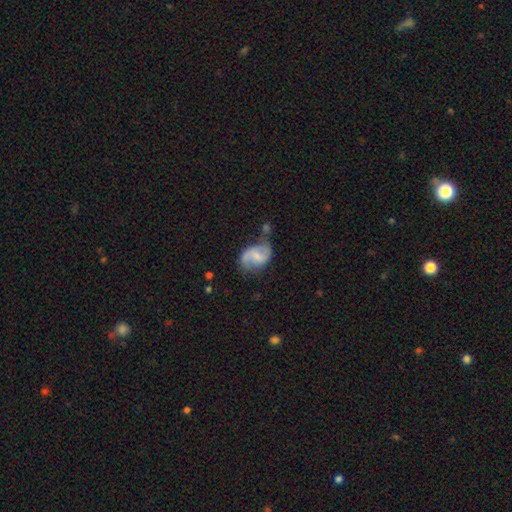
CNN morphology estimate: A featured or disk galaxy (67%) with a weak bar (52%), 2 (88%) loose (47%) spiral arms (90%) and a small central bulge (50%).

Vote fractions:
- Smooth or featured? featured or disk: 67% / smooth: 26% / star or artifact: 7%
- Edge-on disk? no: 97% / yes: 3%
- Bar? weak: 52% / no: 32% / strong: 17%
- Spiral arms? yes: 90% / no: 10%
- Spiral winding? loose: 47% / medium: 41% / tight: 12%
- Spiral arm count? 2: 88% / can't tell: 6% / 1: 3% / 3: 1% / 4: 1% / more than 4: 1%
- Bulge size? small: 50% / moderate: 31% / none: 16% / large: 3% / dominant: 1%
- Merging? none: 51% / minor disturbance: 25% / merger: 12% / major disturbance: 12%